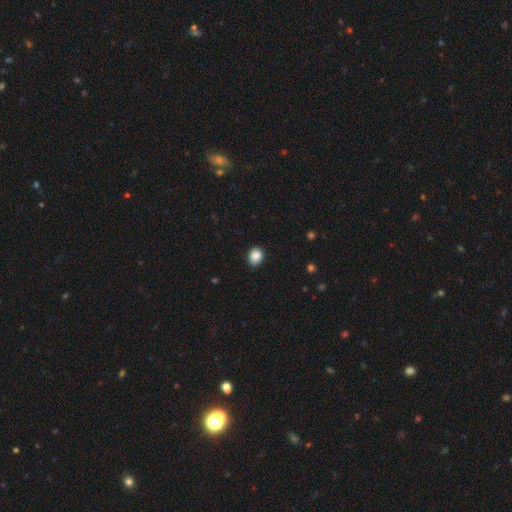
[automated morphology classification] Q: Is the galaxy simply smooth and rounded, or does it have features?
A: smooth — 88%.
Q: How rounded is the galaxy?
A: round — 59%.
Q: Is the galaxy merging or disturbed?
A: none — 87%.